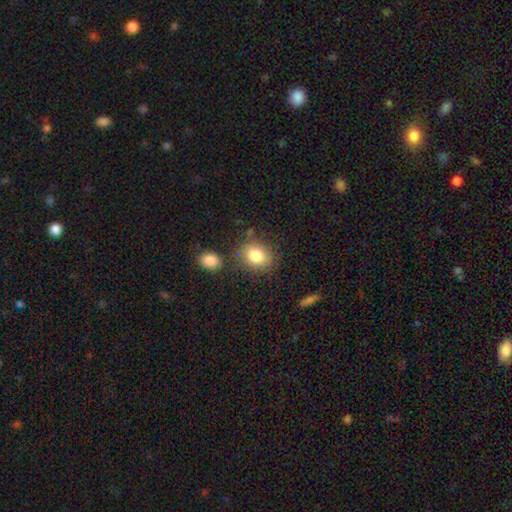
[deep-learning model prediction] This appears to be a smooth galaxy with no disk features (83%) that is in between round and cigar-shaped (50%). Merging: none (73%).